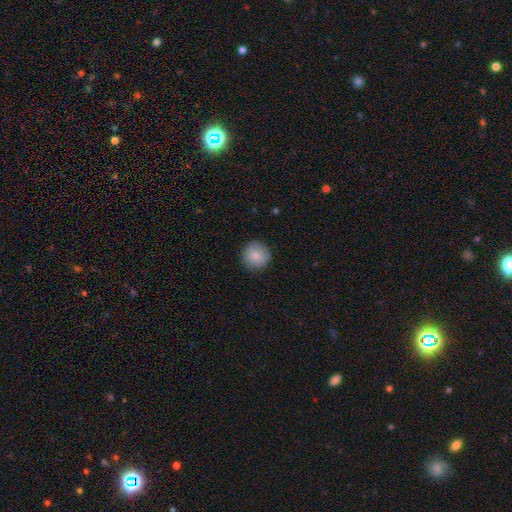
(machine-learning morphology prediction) Smooth or featured? smooth (83%)
How rounded? round (95%)
Merging? none (89%)